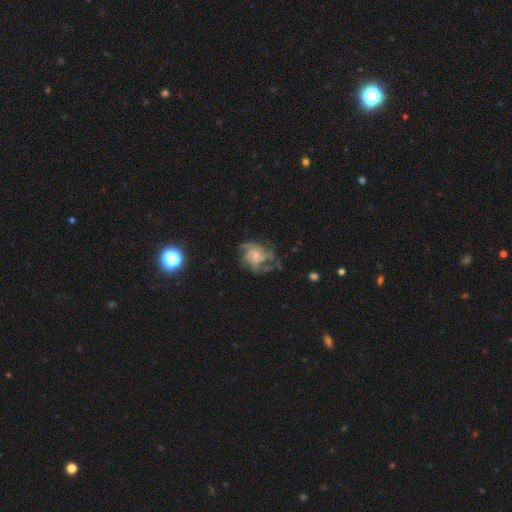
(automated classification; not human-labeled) Smooth or featured? Predicted: featured or disk (p=0.78). Edge-on disk? Predicted: no (p=0.98). Bar? Predicted: no (p=0.57). Spiral arms? Predicted: yes (p=0.88). Spiral winding? Predicted: medium (p=0.45). Spiral arm count? Predicted: 2 (p=0.31). Bulge size? Predicted: small (p=0.47). Merging? Predicted: none (p=0.48).